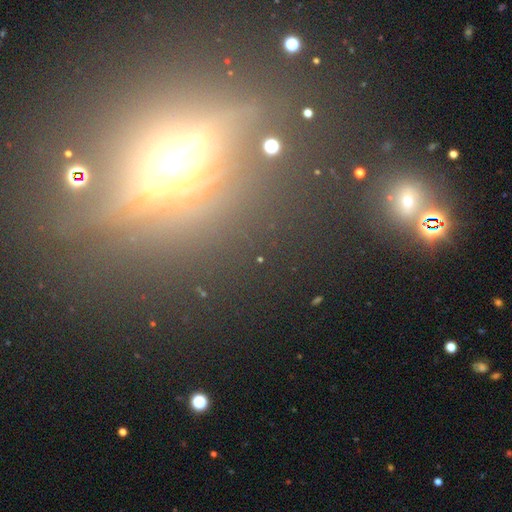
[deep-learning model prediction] smooth_or_featured: featured or disk (p=0.49) [alt: star or artifact p=0.35]
merging: none (p=0.78) [alt: minor disturbance p=0.10]